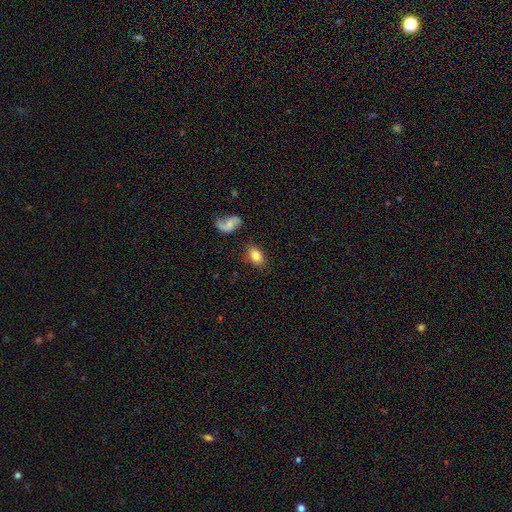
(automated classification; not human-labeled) Q: Smooth or featured?
A: smooth (79%); runner-up: featured or disk (13%)
Q: How rounded?
A: in between (80%); runner-up: round (18%)
Q: Merging?
A: none (81%); runner-up: minor disturbance (12%)